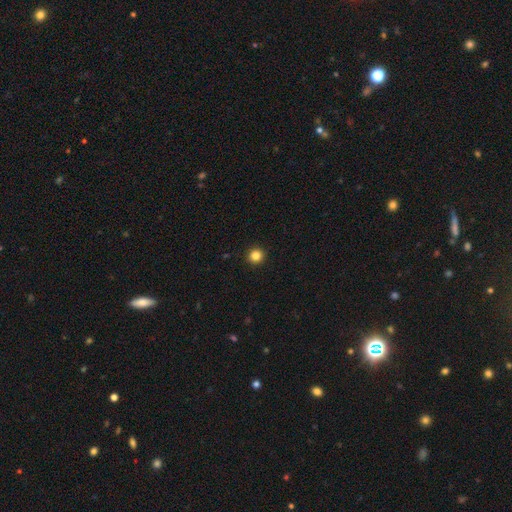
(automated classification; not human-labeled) Smooth or featured?
  - smooth: 84% *
  - star or artifact: 12%
  - featured or disk: 4%
How rounded?
  - round: 95% *
  - in between: 4%
  - cigar-shaped: 1%
Merging?
  - none: 94% *
  - minor disturbance: 4%
  - major disturbance: 1%
  - merger: 1%